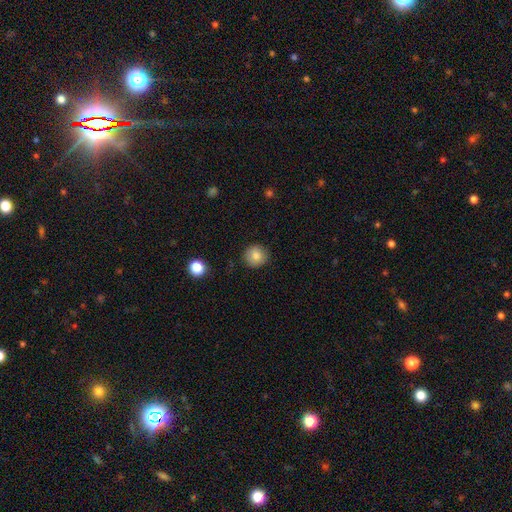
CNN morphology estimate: Q: Smooth or featured?
A: smooth (85%); runner-up: star or artifact (9%)
Q: How rounded?
A: round (93%); runner-up: in between (6%)
Q: Merging?
A: none (89%); runner-up: minor disturbance (7%)